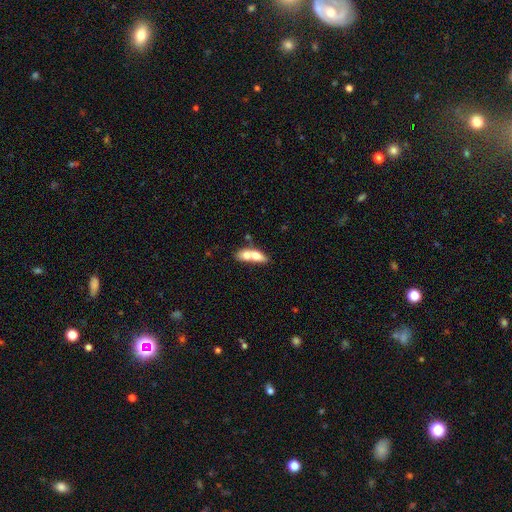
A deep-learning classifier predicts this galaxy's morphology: Smooth or featured? Predicted: smooth (p=0.65). How rounded? Predicted: in between (p=0.71). Merging? Predicted: merger (p=0.71).